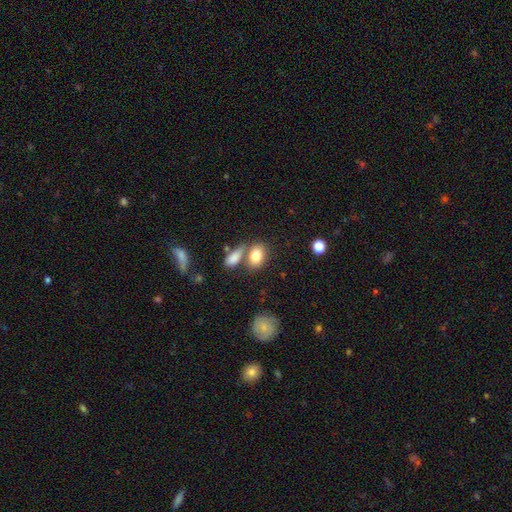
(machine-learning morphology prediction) Smooth or featured? smooth (81%)
How rounded? in between (81%)
Merging? none (51%)